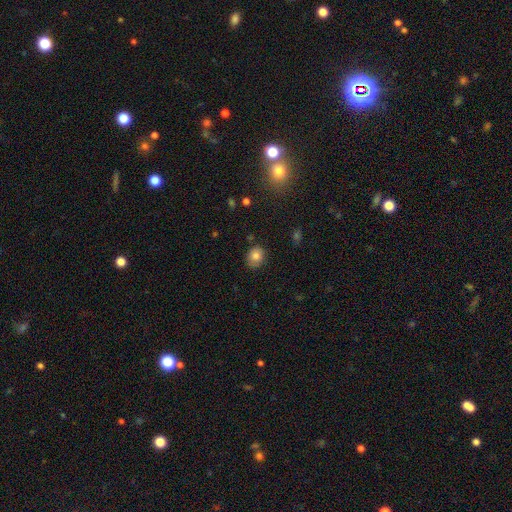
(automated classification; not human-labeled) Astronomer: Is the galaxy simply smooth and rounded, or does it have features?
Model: smooth — 80%.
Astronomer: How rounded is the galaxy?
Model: round — 53% (runner-up: in between, 46%).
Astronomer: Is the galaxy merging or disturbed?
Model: none — 79%.